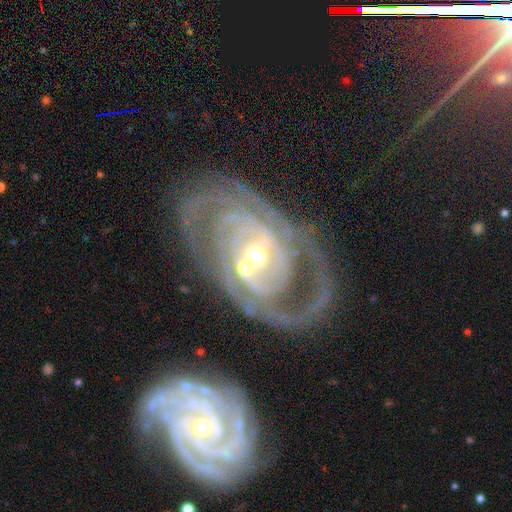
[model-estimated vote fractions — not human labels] The model was most divided on "spiral arm count": 2: 27%, can't tell: 24%, 3: 23%, 4: 12%, more than 4: 7%, 1: 7%. Remaining: edge-on disk — no (96%); spiral arms — yes (96%); smooth or featured — featured or disk (89%); spiral winding — tight (73%); bulge size — small (58%); merging — none (52%); bar — no (48%).